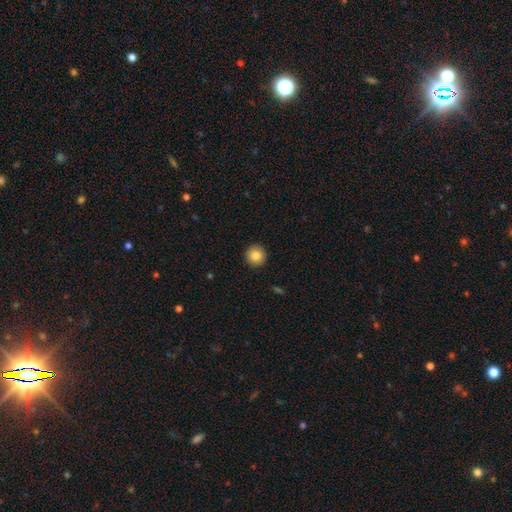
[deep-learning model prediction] smooth-or-featured: smooth: 85% | star or artifact: 9% | featured or disk: 6%
  how-rounded: round: 96% | in between: 4% | cigar-shaped: 1%
  merging: none: 93% | minor disturbance: 4% | major disturbance: 1% | merger: 1%